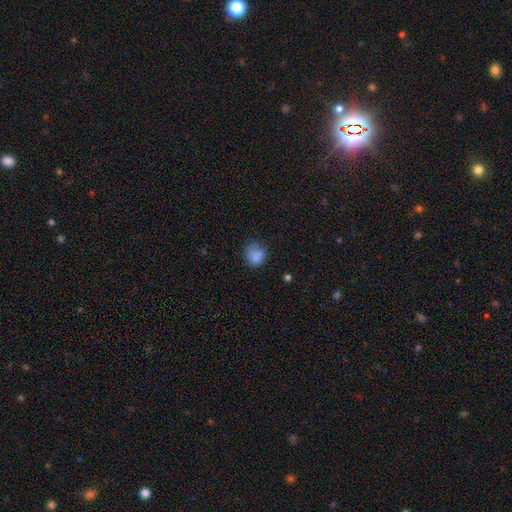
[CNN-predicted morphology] Q: Smooth or featured?
A: smooth (82%); runner-up: star or artifact (10%)
Q: How rounded?
A: round (63%); runner-up: in between (36%)
Q: Merging?
A: none (57%); runner-up: minor disturbance (29%)